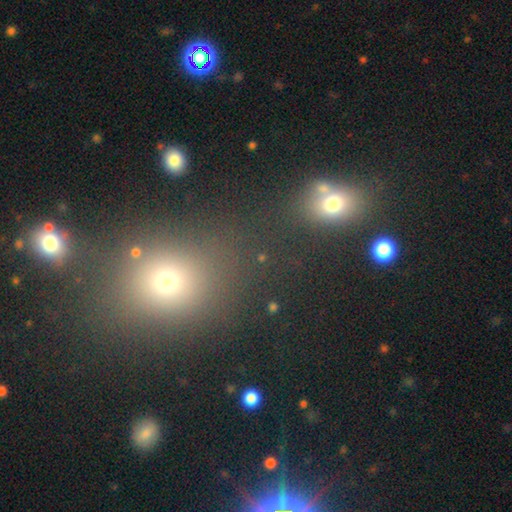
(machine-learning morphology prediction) A smooth galaxy with no disk features (55%) that is round (52%). Merging: none (71%).